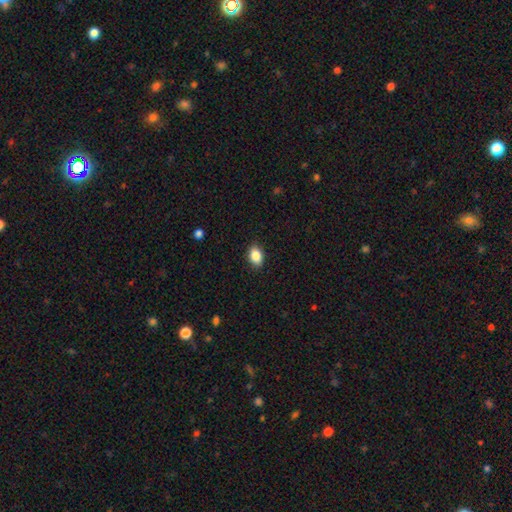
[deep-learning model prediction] This is clearly a smooth galaxy (88%). How rounded: clearly in between (82%). Merging: clearly none (88%).